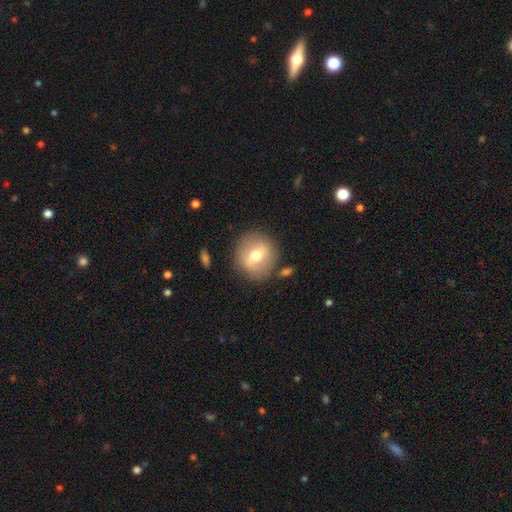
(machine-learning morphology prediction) Q: Smooth or featured?
A: smooth (50%); runner-up: featured or disk (43%)
Q: Merging?
A: none (81%); runner-up: minor disturbance (11%)